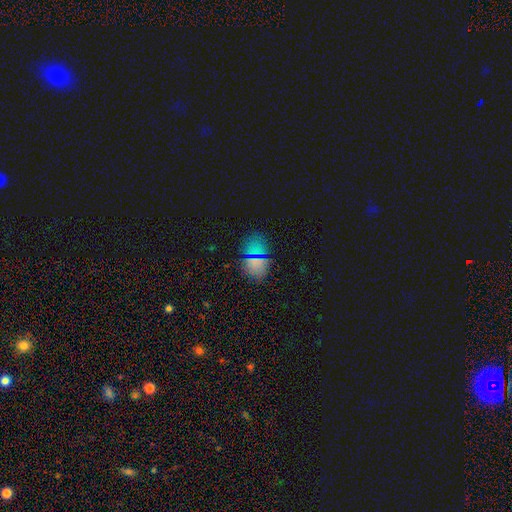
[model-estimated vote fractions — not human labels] This is likely a smooth galaxy (66%). How rounded: possibly round (57%). Merging: clearly none (81%).